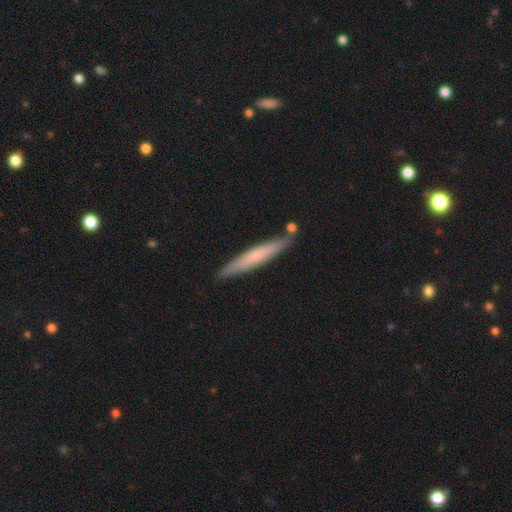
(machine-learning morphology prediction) smooth_or_featured: smooth (p=0.57) [alt: featured or disk p=0.38]
how_rounded: cigar-shaped (p=0.94) [alt: in between p=0.05]
merging: none (p=0.84) [alt: minor disturbance p=0.10]